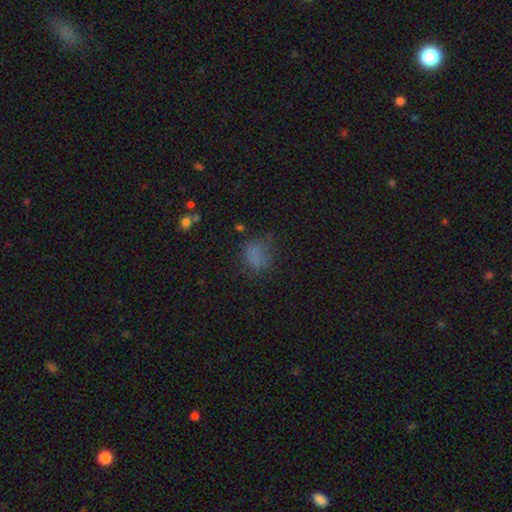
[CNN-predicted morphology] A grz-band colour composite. It shows a smooth galaxy with no disk features (73%) that is round (60%). Merging: none (65%).